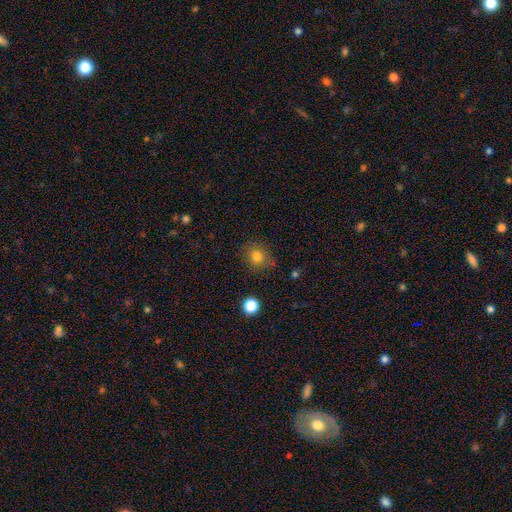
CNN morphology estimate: Overall: smooth (78%). How rounded: round (81%). Merging: none (80%).